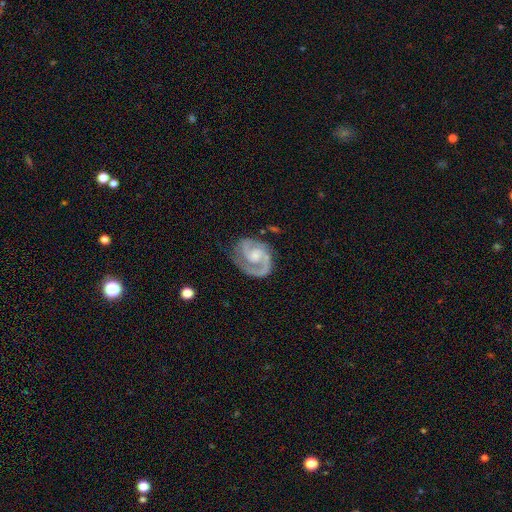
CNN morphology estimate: smooth-or-featured: featured or disk: 91% | smooth: 5% | star or artifact: 4%
  disk-edge-on: no: 98% | yes: 2%
    bar: no: 56% | weak: 37% | strong: 7%
    has-spiral-arms: yes: 98% | no: 2%
      spiral-winding: medium: 51% | tight: 40% | loose: 9%
      spiral-arm-count: 2: 86% | 1: 6% | can't tell: 3% | 3: 3% | 4: 1% | more than 4: 1%
    bulge-size: small: 44% | moderate: 39% | none: 12% | large: 4% | dominant: 1%
  merging: none: 72% | minor disturbance: 19% | major disturbance: 8% | merger: 2%